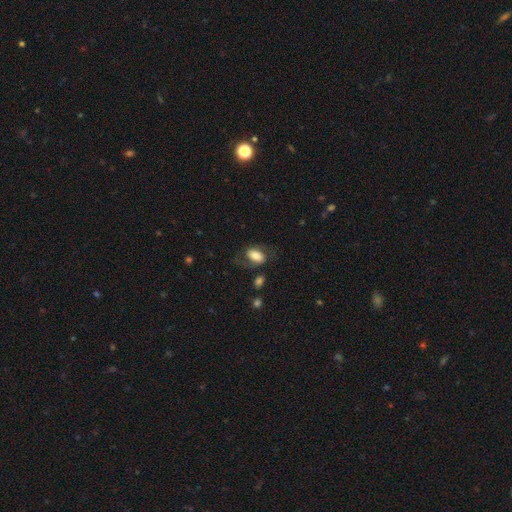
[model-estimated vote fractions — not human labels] Smooth or featured: smooth — 64% (featured or disk — 29%)
How rounded: in between — 88% (round — 10%)
Merging: none — 60% (minor disturbance — 20%)